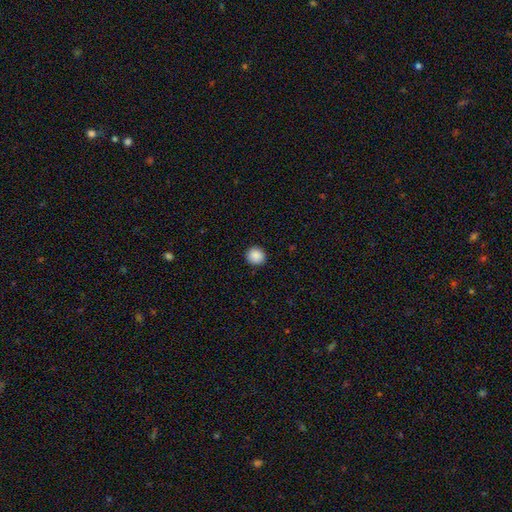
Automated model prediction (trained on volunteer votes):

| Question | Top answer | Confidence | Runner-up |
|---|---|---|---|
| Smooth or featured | smooth | 89% | star or artifact (8%) |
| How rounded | round | 89% | in between (10%) |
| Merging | none | 92% | minor disturbance (6%) |